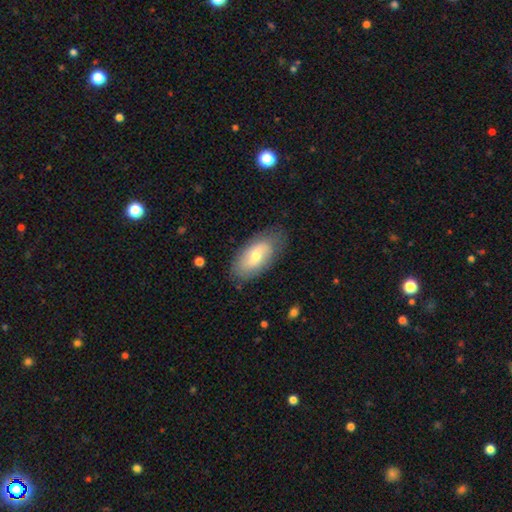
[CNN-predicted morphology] Smooth or featured: smooth — 54% (featured or disk — 40%)
How rounded: in between — 91% (cigar-shaped — 6%)
Merging: none — 78% (minor disturbance — 17%)